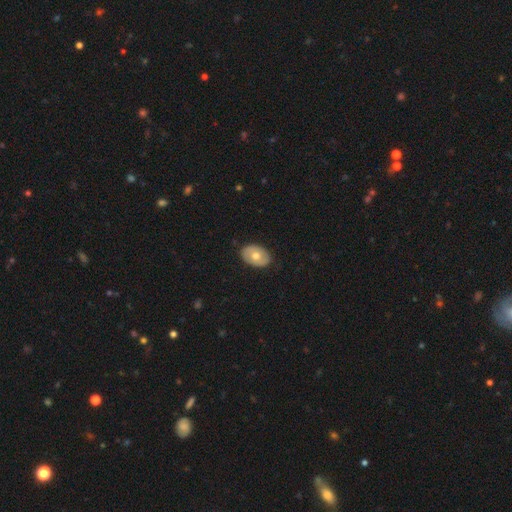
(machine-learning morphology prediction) Smooth or featured? Predicted: smooth (p=0.57). How rounded? Predicted: in between (p=0.82). Merging? Predicted: none (p=0.86).